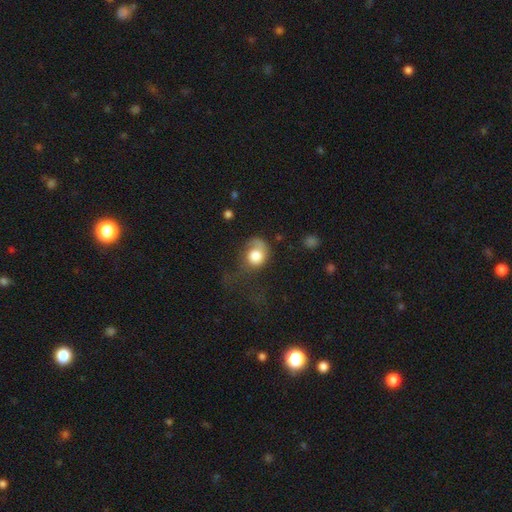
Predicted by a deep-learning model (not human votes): smooth-or-featured: smooth: 70% | featured or disk: 22% | star or artifact: 8%
  how-rounded: round: 65% | in between: 34% | cigar-shaped: 1%
  merging: major disturbance: 46% | none: 28% | minor disturbance: 23% | merger: 4%